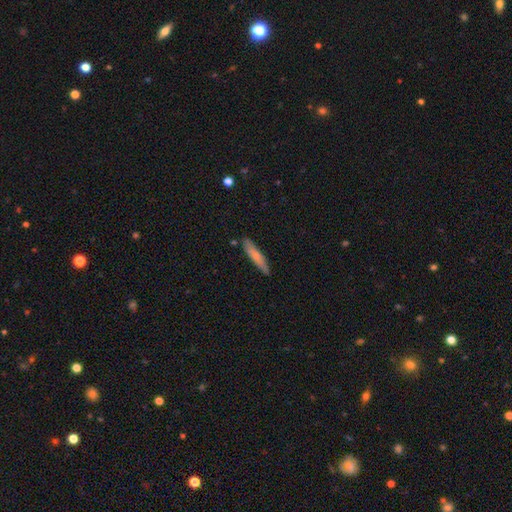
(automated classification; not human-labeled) This appears to be a smooth galaxy with no disk features (68%) that is cigar-shaped (87%). Merging: none (85%).